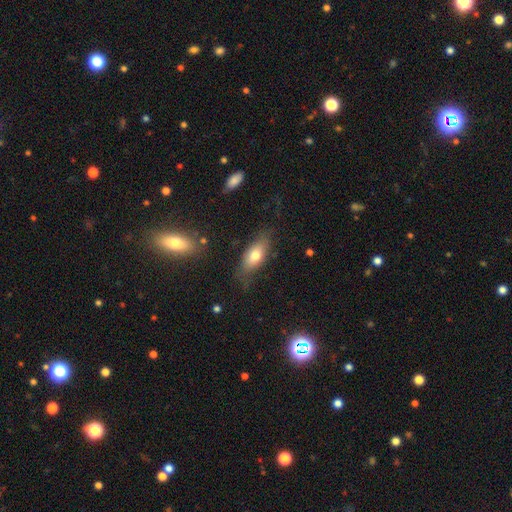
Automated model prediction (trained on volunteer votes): A smooth galaxy with no disk features (70%) that is in between round and cigar-shaped (79%).

Vote fractions:
- Smooth or featured? smooth: 70% / featured or disk: 22% / star or artifact: 8%
- How rounded? in between: 79% / cigar-shaped: 16% / round: 5%
- Merging? none: 71% / minor disturbance: 20% / major disturbance: 7% / merger: 2%